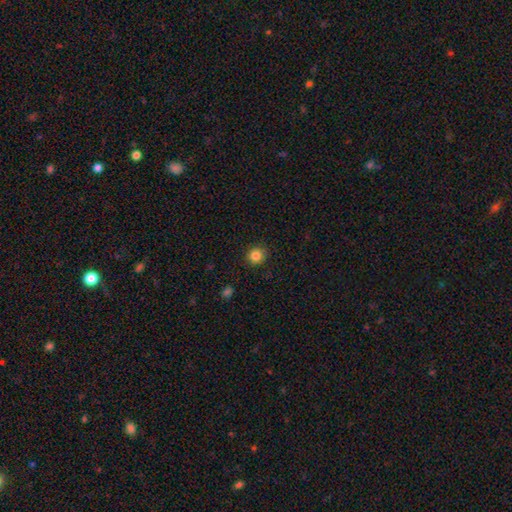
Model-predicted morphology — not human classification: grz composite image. It shows a smooth galaxy with no disk features (84%) that is round (88%). Merging: none (90%).